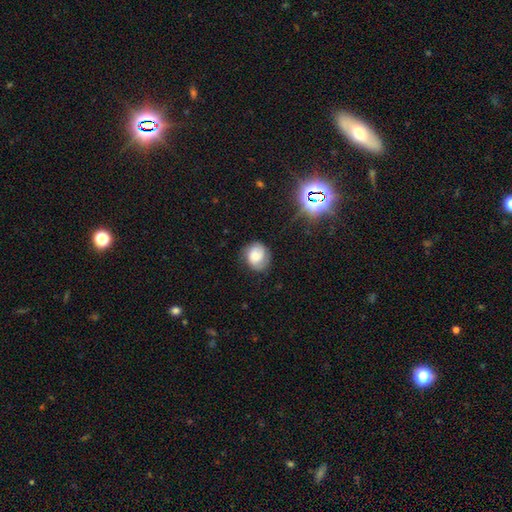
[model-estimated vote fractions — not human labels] Q: Smooth or featured?
A: smooth (61%); runner-up: featured or disk (29%)
Q: How rounded?
A: round (72%); runner-up: in between (27%)
Q: Merging?
A: none (69%); runner-up: minor disturbance (22%)